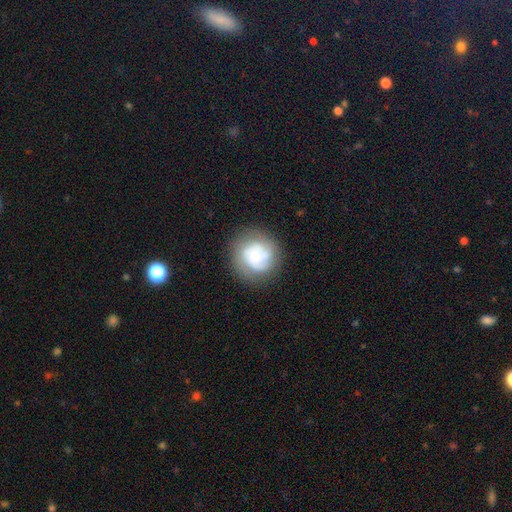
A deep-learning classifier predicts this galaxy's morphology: featured or disk 48%, smooth 44%, star or artifact 8%. Down the decision tree: merging — none (69%).